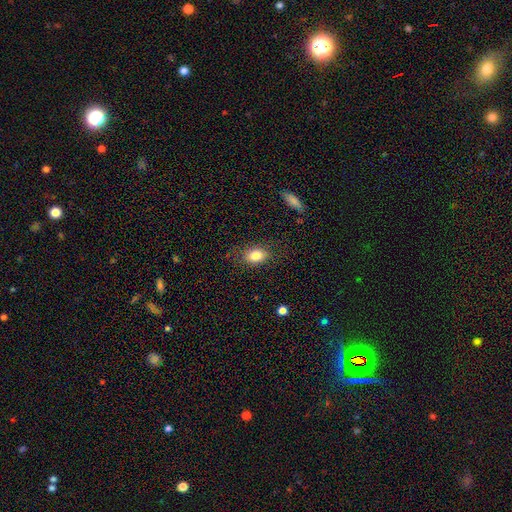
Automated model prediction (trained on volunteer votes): Smooth or featured: smooth — 81% (featured or disk — 10%)
How rounded: in between — 79% (round — 19%)
Merging: none — 81% (minor disturbance — 14%)